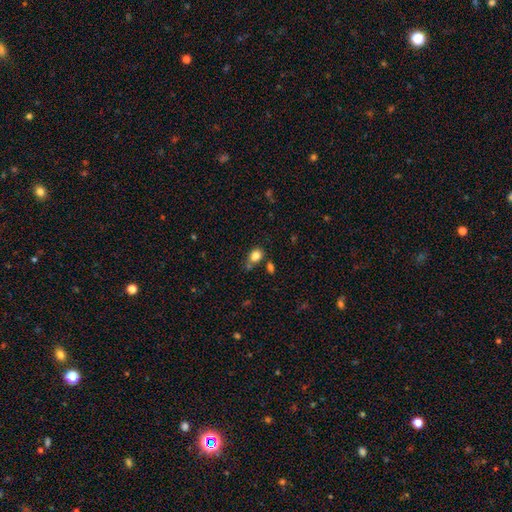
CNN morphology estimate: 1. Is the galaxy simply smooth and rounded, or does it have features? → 83% smooth, 11% star or artifact, 7% featured or disk.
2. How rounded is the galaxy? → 59% in between, 40% round, 1% cigar-shaped.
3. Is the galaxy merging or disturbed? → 56% none, 21% minor disturbance, 15% merger, 7% major disturbance.